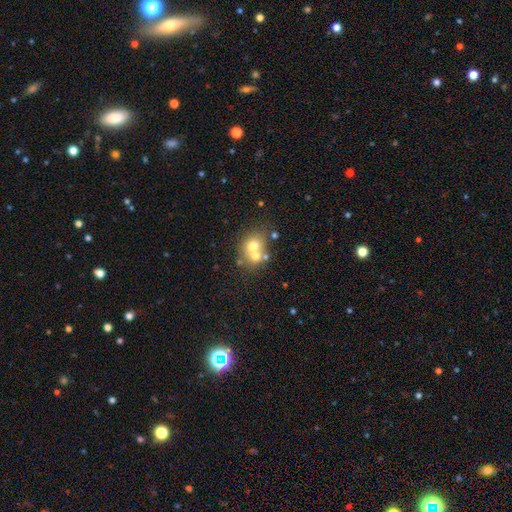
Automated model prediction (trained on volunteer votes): This is likely a smooth galaxy (62%). How rounded: likely round (65%). Merging: possibly merger (52%).